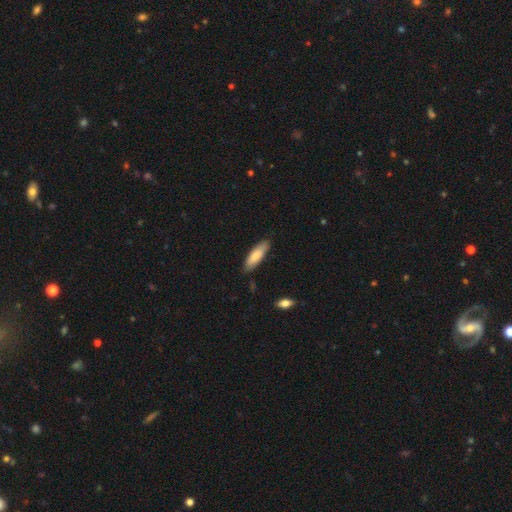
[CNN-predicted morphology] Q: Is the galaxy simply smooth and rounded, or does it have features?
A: smooth — 82%.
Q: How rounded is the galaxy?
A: cigar-shaped — 56%.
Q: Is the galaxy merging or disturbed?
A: none — 84%.